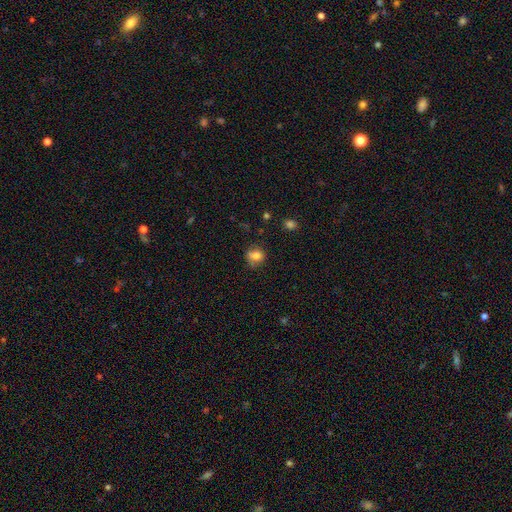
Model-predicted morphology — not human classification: This is likely a smooth galaxy (78%). How rounded: likely round (74%). Merging: likely none (66%).